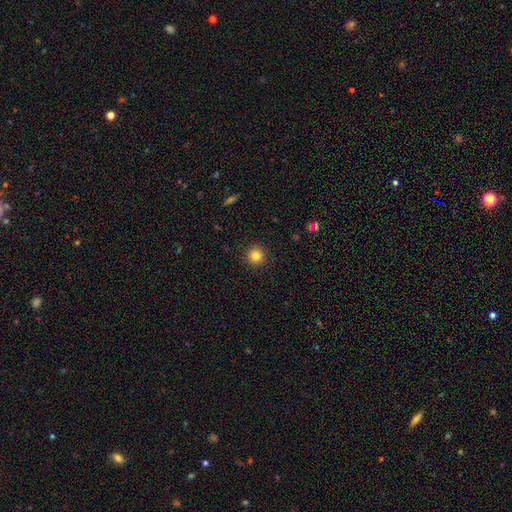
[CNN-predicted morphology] Q: Smooth or featured?
A: smooth (82%); runner-up: star or artifact (12%)
Q: How rounded?
A: round (96%); runner-up: in between (3%)
Q: Merging?
A: none (93%); runner-up: minor disturbance (5%)